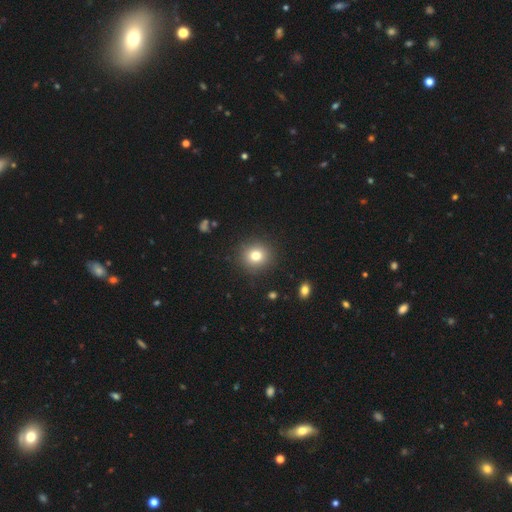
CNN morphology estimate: A smooth galaxy with no disk features (79%) that is round (89%). Merging: none (90%).